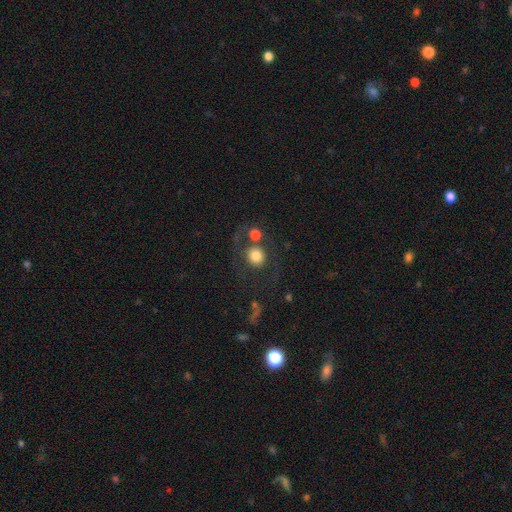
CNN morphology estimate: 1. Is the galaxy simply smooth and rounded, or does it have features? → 71% smooth, 19% featured or disk, 10% star or artifact.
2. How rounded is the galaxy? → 84% round, 15% in between, 1% cigar-shaped.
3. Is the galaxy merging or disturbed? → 54% none, 20% merger, 14% major disturbance, 13% minor disturbance.